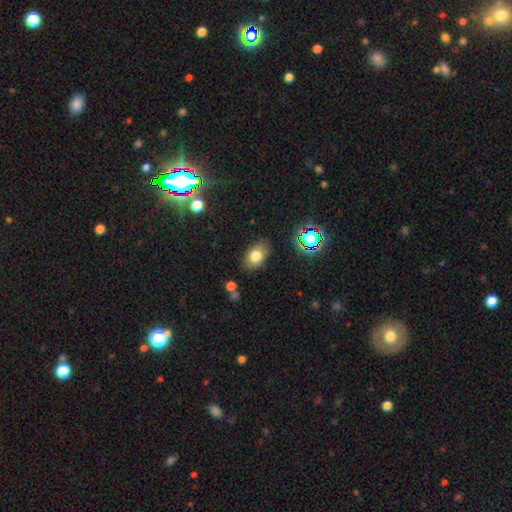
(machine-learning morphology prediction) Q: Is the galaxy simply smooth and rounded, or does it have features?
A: smooth — 78%.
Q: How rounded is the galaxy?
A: in between — 81%.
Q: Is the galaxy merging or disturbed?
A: none — 82%.